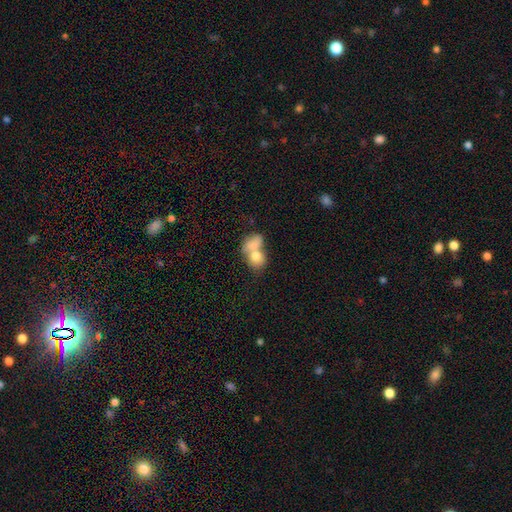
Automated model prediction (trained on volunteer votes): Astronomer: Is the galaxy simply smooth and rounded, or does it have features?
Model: smooth — 76%.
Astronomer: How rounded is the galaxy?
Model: in between — 53% (runner-up: round, 45%).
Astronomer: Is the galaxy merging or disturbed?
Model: merger — 67%.